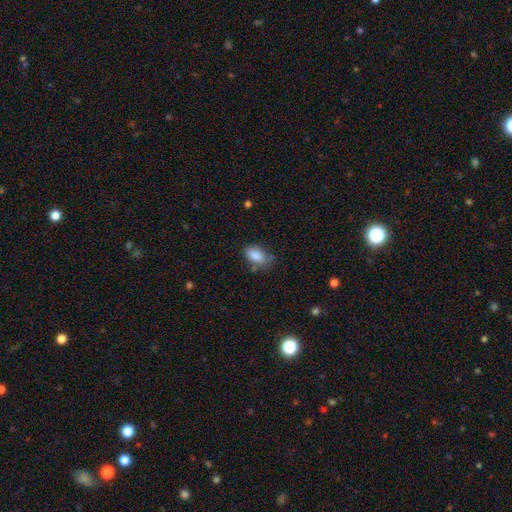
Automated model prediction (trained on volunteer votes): smooth-or-featured: smooth: 86% | star or artifact: 8% | featured or disk: 6%
  how-rounded: in between: 90% | round: 7% | cigar-shaped: 3%
  merging: none: 60% | minor disturbance: 28% | major disturbance: 7% | merger: 5%